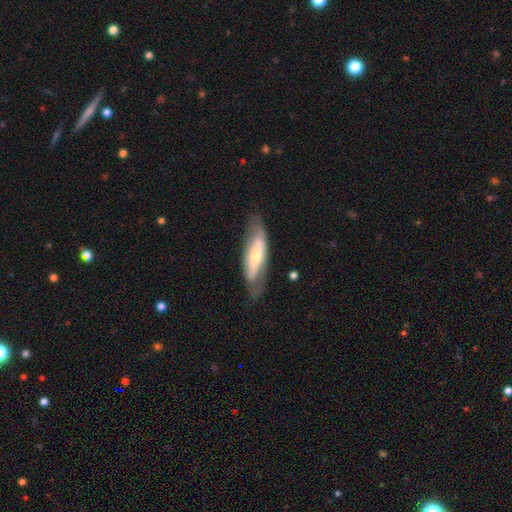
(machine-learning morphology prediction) smooth-or-featured: featured or disk: 55% | smooth: 40% | star or artifact: 5%
  disk-edge-on: no: 65% | yes: 35%
  merging: none: 70% | minor disturbance: 20% | major disturbance: 8% | merger: 2%